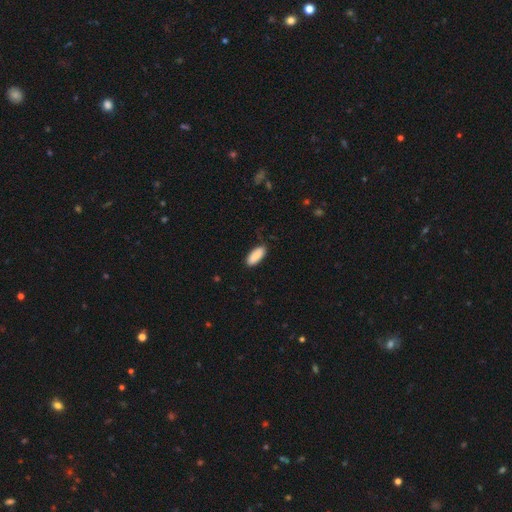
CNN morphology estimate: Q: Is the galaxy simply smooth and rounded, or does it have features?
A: smooth — 89%.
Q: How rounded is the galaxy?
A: in between — 82%.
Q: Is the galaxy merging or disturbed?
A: none — 84%.